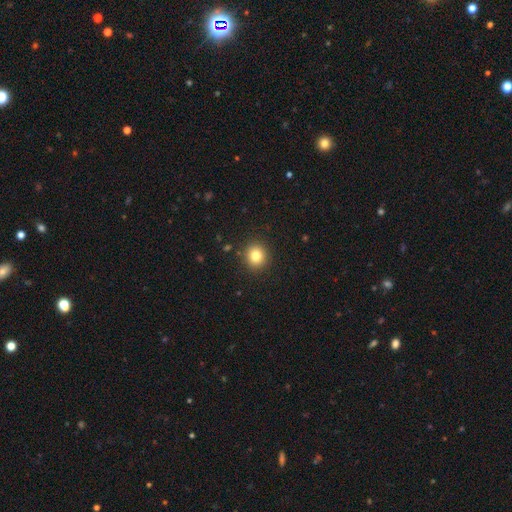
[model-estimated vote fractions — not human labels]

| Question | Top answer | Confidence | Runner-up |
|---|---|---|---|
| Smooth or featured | smooth | 81% | star or artifact (12%) |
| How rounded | round | 89% | in between (10%) |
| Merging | none | 91% | minor disturbance (6%) |